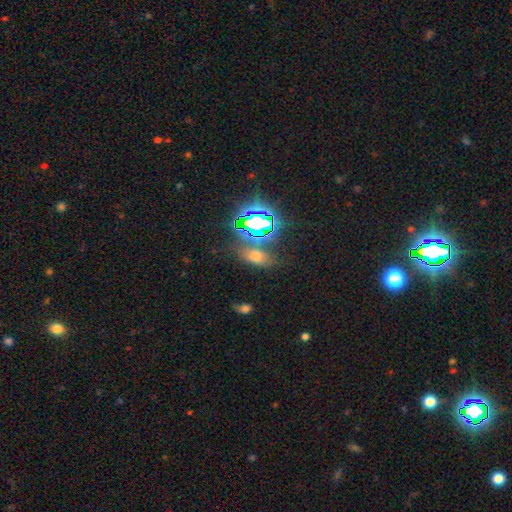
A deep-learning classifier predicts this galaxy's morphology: This appears to be a smooth galaxy with no disk features (47%). Merging: none (65%).